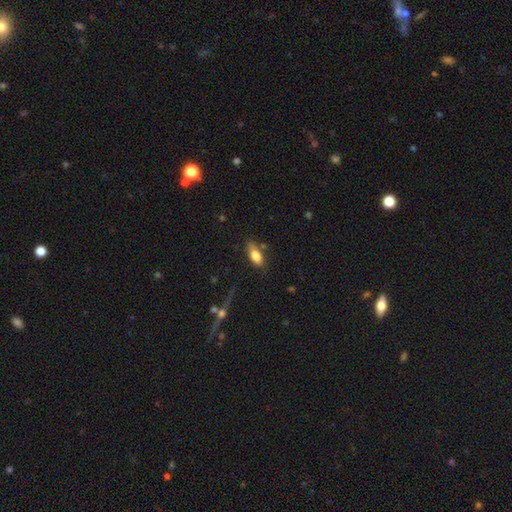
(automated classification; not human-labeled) Smooth or featured: smooth — 79% (featured or disk — 14%)
How rounded: in between — 84% (cigar-shaped — 13%)
Merging: none — 65% (minor disturbance — 22%)